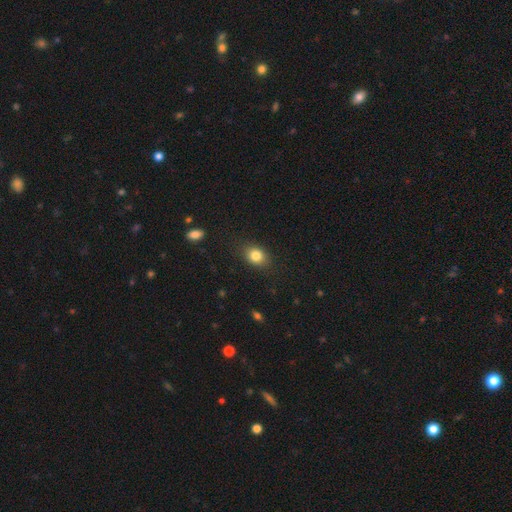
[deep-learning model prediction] A smooth galaxy with no disk features (83%) that is in between round and cigar-shaped (58%). Merging: none (84%).